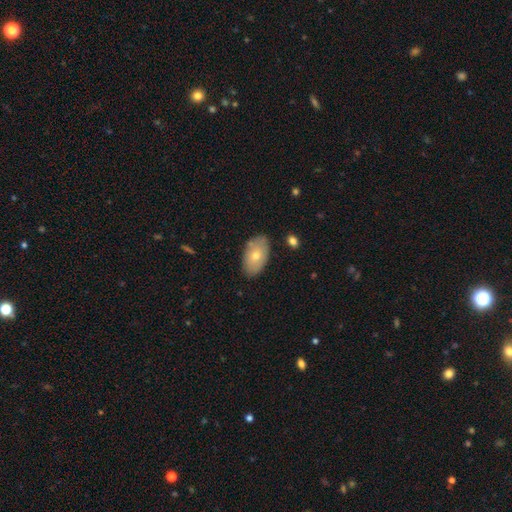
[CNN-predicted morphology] Overall: smooth (64%; featured or disk 29%). How rounded: in between (93%). Merging: none (83%).